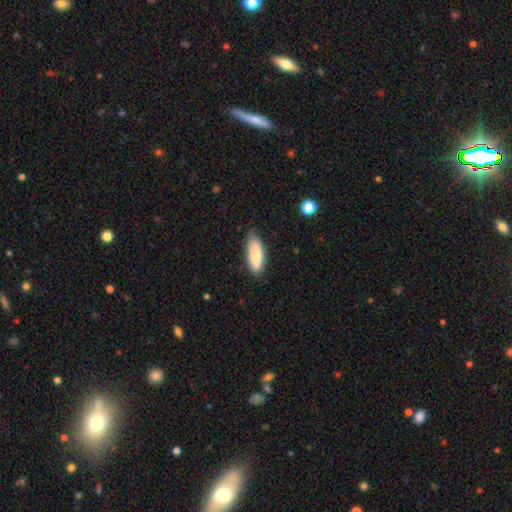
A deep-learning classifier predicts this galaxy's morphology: A smooth galaxy with no disk features (84%) that is in between round and cigar-shaped (77%).

Vote fractions:
- Smooth or featured? smooth: 84% / featured or disk: 10% / star or artifact: 6%
- How rounded? in between: 77% / cigar-shaped: 22% / round: 2%
- Merging? none: 67% / minor disturbance: 28% / major disturbance: 4% / merger: 1%